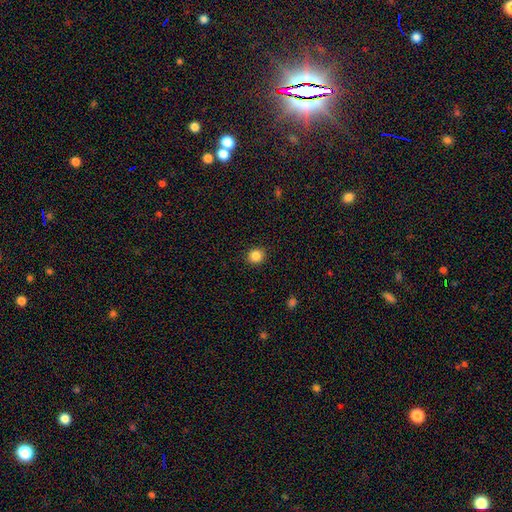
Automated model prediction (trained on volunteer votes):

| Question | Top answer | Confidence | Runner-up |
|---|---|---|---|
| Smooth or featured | smooth | 86% | star or artifact (11%) |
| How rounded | round | 86% | in between (14%) |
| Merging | none | 91% | minor disturbance (6%) |